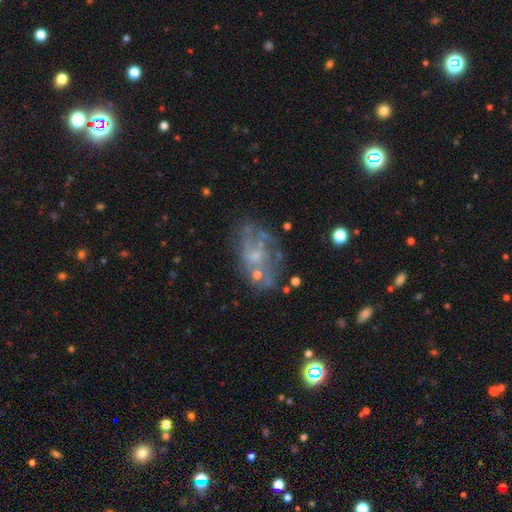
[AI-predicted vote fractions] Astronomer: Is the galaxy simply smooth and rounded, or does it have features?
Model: featured or disk — 63%.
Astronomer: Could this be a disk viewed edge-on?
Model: no — 97%.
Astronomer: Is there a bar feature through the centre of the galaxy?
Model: no — 75%.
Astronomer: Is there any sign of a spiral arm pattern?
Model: no — 59% (runner-up: yes, 41%).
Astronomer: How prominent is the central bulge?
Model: small — 44% (runner-up: none, 32%).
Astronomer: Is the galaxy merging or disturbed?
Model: none — 47% (runner-up: major disturbance, 23%).